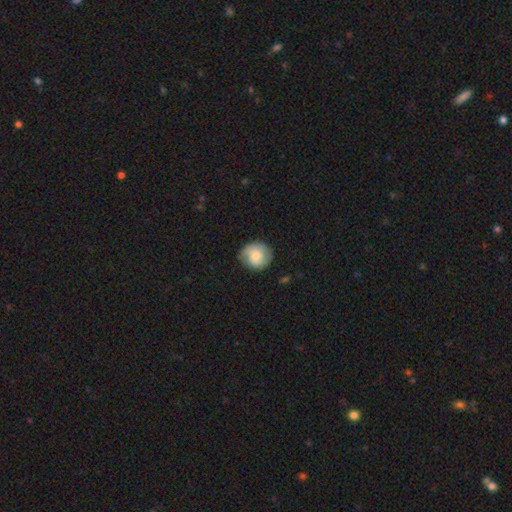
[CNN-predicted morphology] Smooth or featured? Predicted: smooth (p=0.67). How rounded? Predicted: round (p=0.87). Merging? Predicted: none (p=0.73).